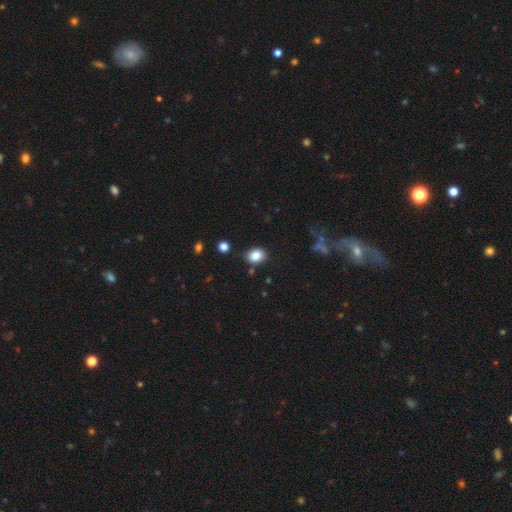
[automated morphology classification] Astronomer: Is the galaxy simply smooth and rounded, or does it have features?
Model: smooth — 85%.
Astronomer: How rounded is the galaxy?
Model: in between — 55% (runner-up: round, 44%).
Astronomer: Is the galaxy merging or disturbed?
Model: none — 82%.